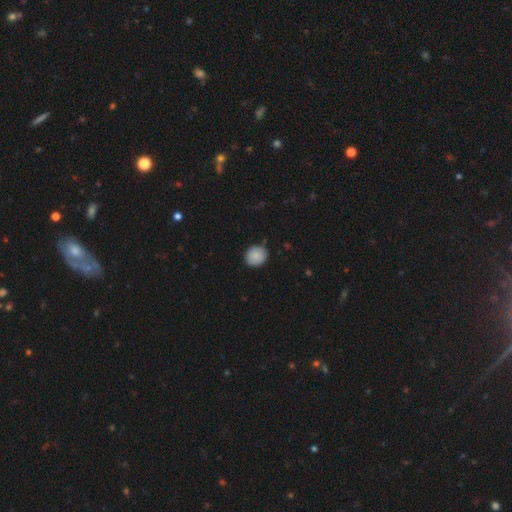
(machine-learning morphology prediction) smooth_or_featured: smooth (p=0.87) [alt: star or artifact p=0.07]
how_rounded: round (p=0.70) [alt: in between p=0.29]
merging: none (p=0.84) [alt: minor disturbance p=0.13]